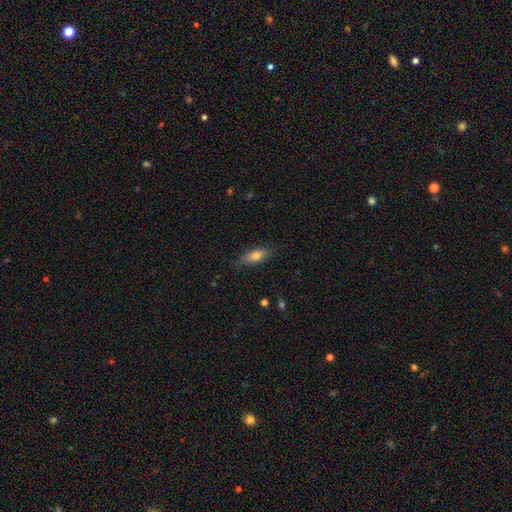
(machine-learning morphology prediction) This is likely a smooth galaxy (72%). How rounded: likely in between (62%). Merging: likely none (79%).